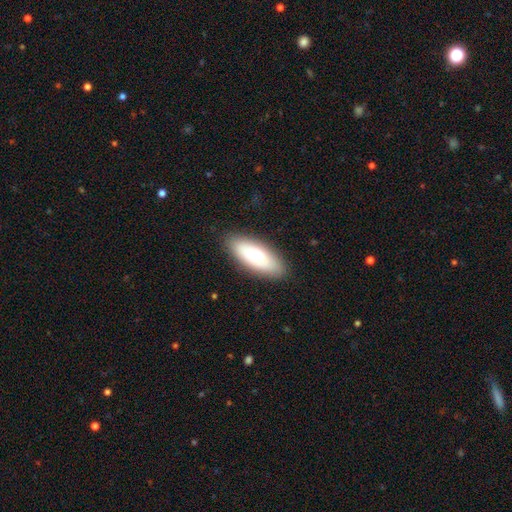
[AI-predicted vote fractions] Smooth or featured? smooth (68%)
How rounded? in between (76%)
Merging? none (87%)